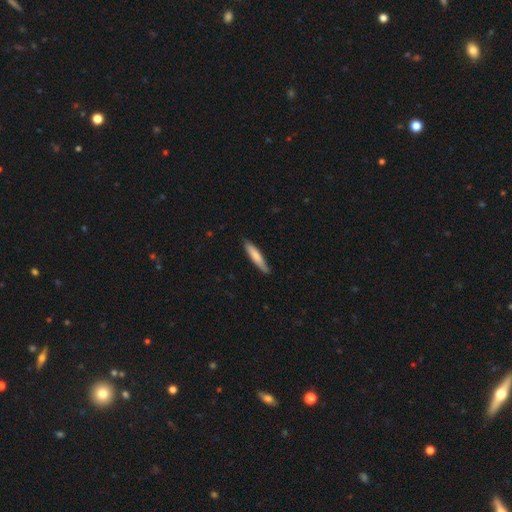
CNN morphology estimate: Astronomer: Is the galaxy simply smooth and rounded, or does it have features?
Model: smooth — 76%.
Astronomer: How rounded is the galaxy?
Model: cigar-shaped — 87%.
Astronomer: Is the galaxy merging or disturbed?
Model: none — 82%.